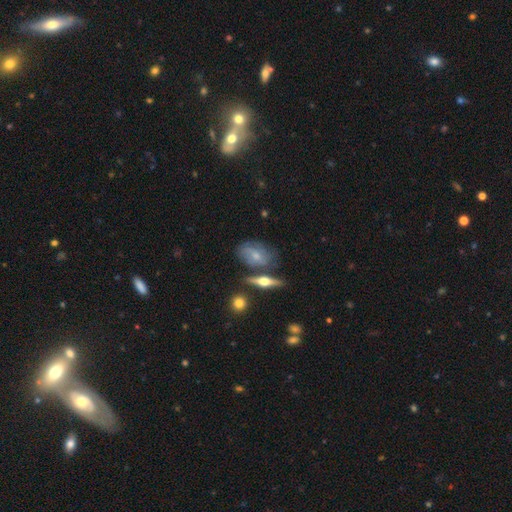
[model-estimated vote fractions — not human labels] Smooth or featured? featured or disk (55%)
Edge-on disk? no (66%)
Merging? none (57%)